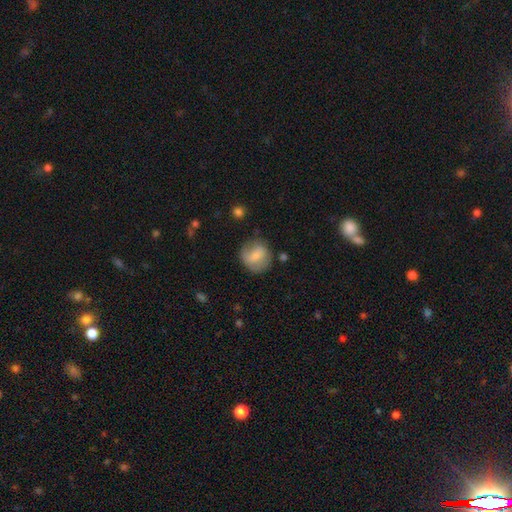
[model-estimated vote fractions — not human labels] A smooth galaxy with no disk features (65%) that is round (82%).

Vote fractions:
- Smooth or featured? smooth: 65% / featured or disk: 27% / star or artifact: 7%
- How rounded? round: 82% / in between: 17% / cigar-shaped: 1%
- Merging? none: 68% / minor disturbance: 21% / major disturbance: 9% / merger: 3%